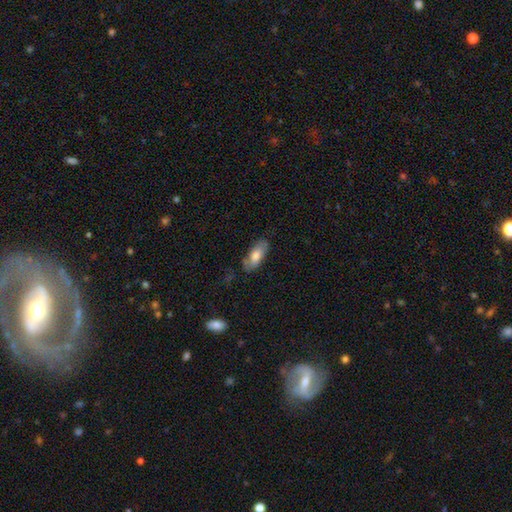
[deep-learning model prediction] Q: Smooth or featured?
A: smooth (71%); runner-up: featured or disk (23%)
Q: How rounded?
A: in between (78%); runner-up: cigar-shaped (20%)
Q: Merging?
A: none (72%); runner-up: minor disturbance (21%)